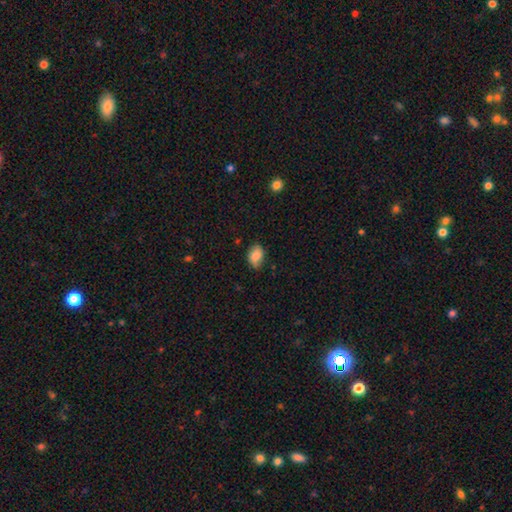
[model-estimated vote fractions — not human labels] This is clearly a smooth galaxy (81%). How rounded: clearly in between (83%). Merging: likely none (73%).